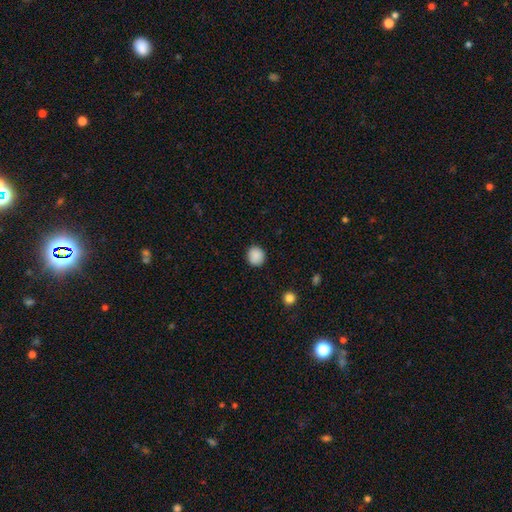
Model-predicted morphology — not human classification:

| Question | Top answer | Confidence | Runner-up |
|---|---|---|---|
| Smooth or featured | smooth | 89% | star or artifact (8%) |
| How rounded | round | 88% | in between (12%) |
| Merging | none | 91% | minor disturbance (6%) |